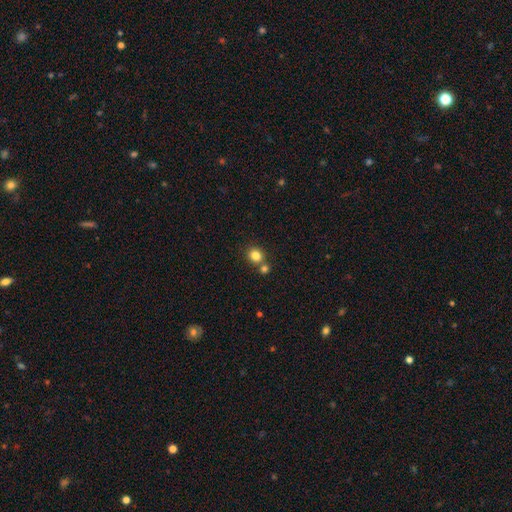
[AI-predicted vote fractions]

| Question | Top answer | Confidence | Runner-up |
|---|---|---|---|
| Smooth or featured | smooth | 82% | star or artifact (12%) |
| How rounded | round | 76% | in between (23%) |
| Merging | none | 63% | merger (27%) |